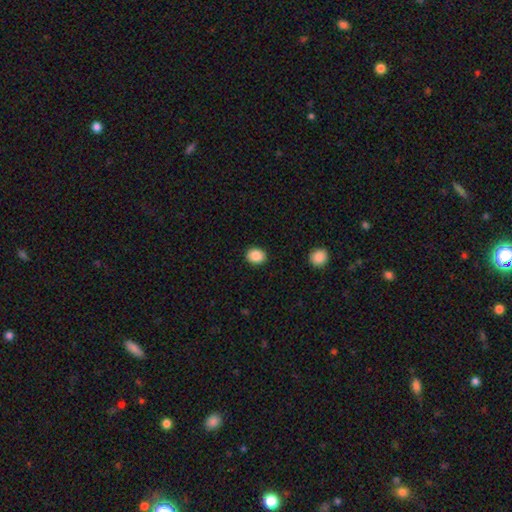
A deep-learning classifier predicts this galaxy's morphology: smooth_or_featured: smooth (p=0.89) [alt: star or artifact p=0.08]
how_rounded: round (p=0.59) [alt: in between p=0.41]
merging: none (p=0.91) [alt: minor disturbance p=0.06]